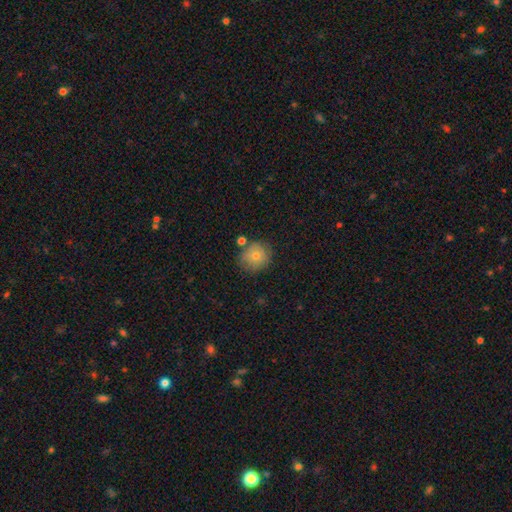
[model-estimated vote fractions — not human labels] smooth-or-featured: smooth: 72% | featured or disk: 18% | star or artifact: 11%
  how-rounded: round: 84% | in between: 15% | cigar-shaped: 1%
  merging: none: 74% | minor disturbance: 15% | merger: 7% | major disturbance: 4%